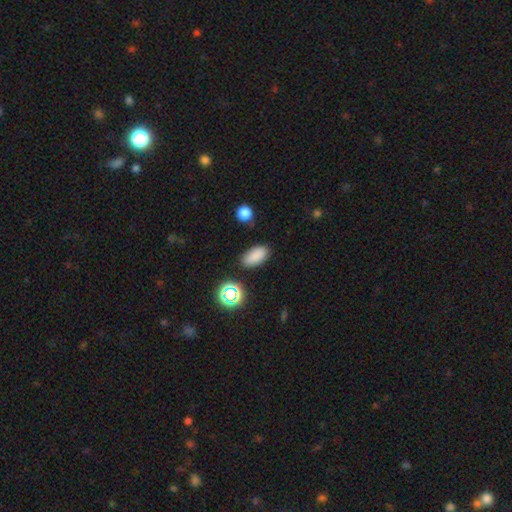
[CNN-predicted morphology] A smooth galaxy with no disk features (82%) that is in between round and cigar-shaped (89%).

Vote fractions:
- Smooth or featured? smooth: 82% / star or artifact: 13% / featured or disk: 5%
- How rounded? in between: 89% / cigar-shaped: 6% / round: 5%
- Merging? none: 85% / minor disturbance: 10% / major disturbance: 3% / merger: 2%